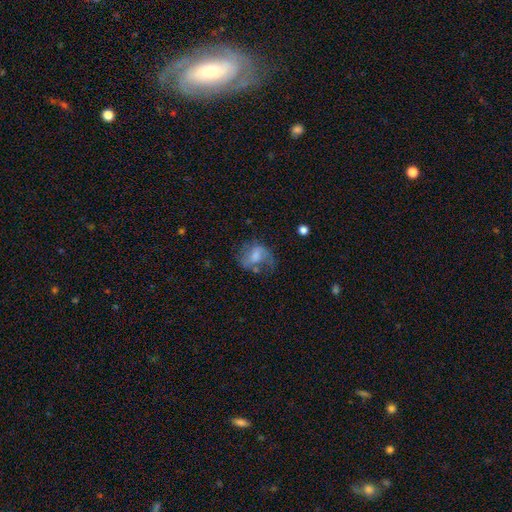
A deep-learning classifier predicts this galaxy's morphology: A smooth galaxy with no disk features (47%). Merging: none (34%).